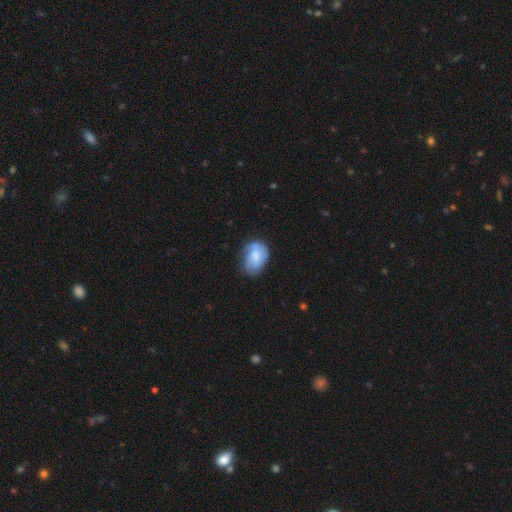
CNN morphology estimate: A smooth galaxy with no disk features (52%) that is in between round and cigar-shaped (78%). Merging: none (56%).